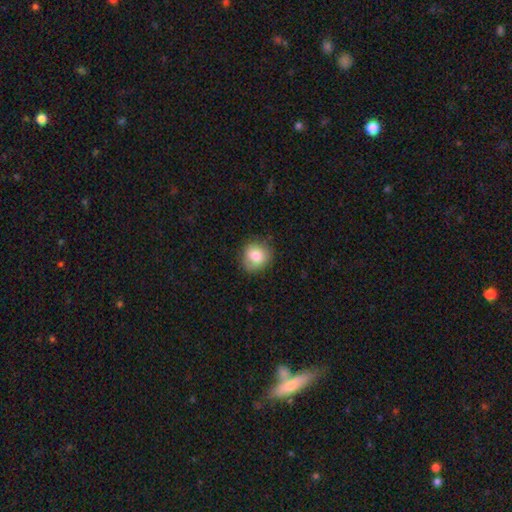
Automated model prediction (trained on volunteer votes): smooth 81%, featured or disk 11%, star or artifact 9%. Down the decision tree: how rounded — round (85%); merging — none (81%).